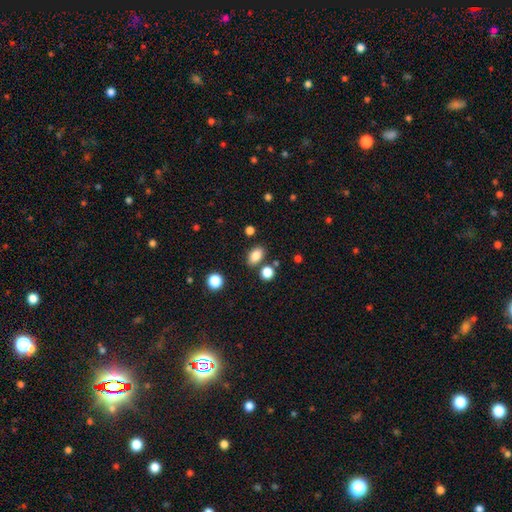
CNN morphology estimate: This is clearly a smooth galaxy (84%). How rounded: clearly in between (84%). Merging: likely none (79%).